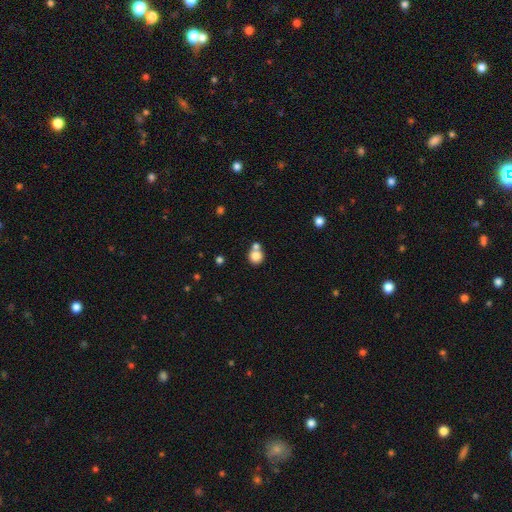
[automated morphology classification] This is clearly a smooth galaxy (82%). How rounded: clearly round (88%). Merging: possibly none (49%).